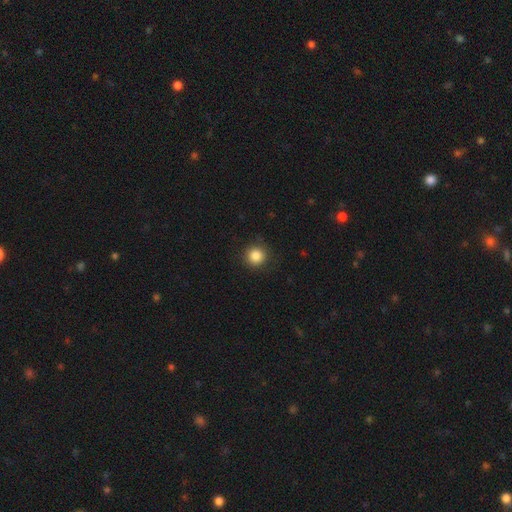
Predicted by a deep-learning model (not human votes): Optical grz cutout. It shows a smooth galaxy with no disk features (85%) that is round (94%). Merging: none (89%).